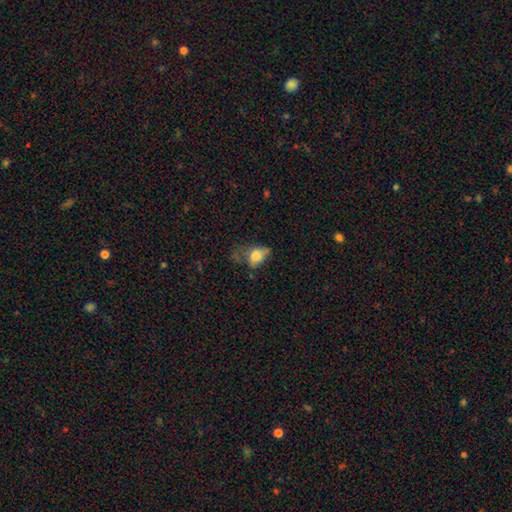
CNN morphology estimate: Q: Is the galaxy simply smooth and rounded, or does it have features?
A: smooth — 73%.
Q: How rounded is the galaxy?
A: in between — 81%.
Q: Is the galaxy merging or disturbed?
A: major disturbance — 39%.